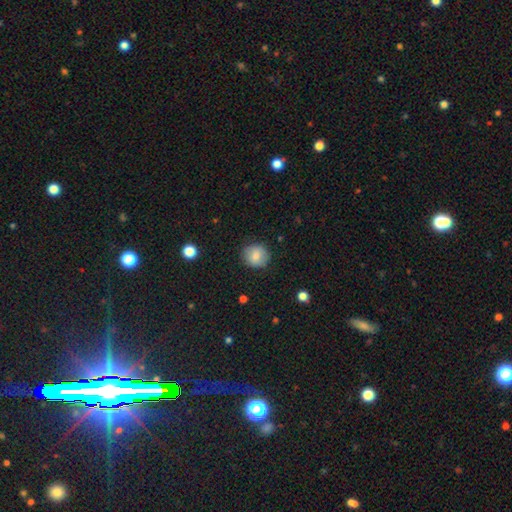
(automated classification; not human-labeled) smooth 79%, featured or disk 12%, star or artifact 8%. Down the decision tree: how rounded — round (85%); merging — none (85%).